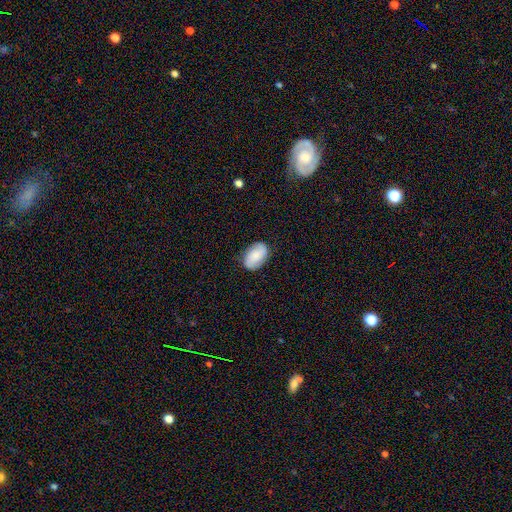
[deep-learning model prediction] Q: Smooth or featured?
A: smooth (53%); runner-up: featured or disk (39%)
Q: How rounded?
A: in between (89%); runner-up: round (9%)
Q: Merging?
A: none (83%); runner-up: minor disturbance (13%)